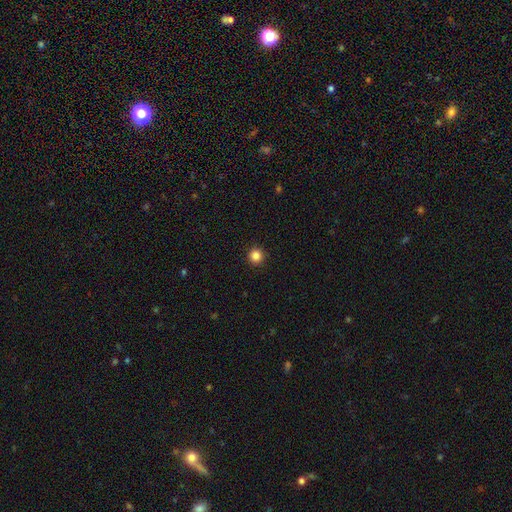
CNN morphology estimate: This appears to be a smooth galaxy with no disk features (86%) that is round (95%). Merging: none (93%).